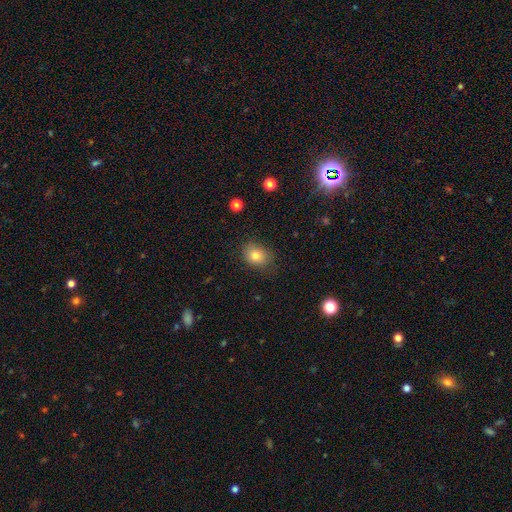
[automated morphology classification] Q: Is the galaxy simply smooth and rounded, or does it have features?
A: smooth — 80%.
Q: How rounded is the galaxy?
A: in between — 53%.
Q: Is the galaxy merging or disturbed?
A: none — 78%.